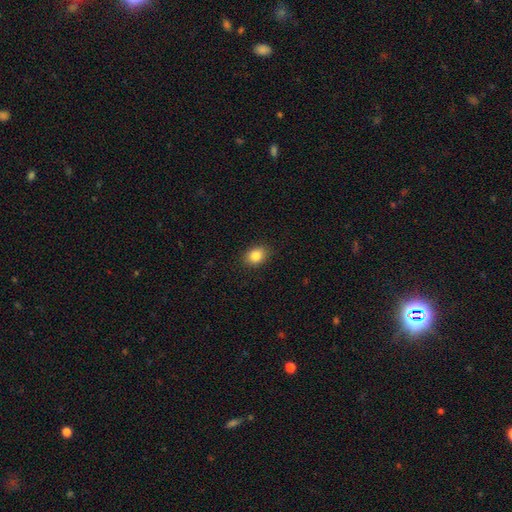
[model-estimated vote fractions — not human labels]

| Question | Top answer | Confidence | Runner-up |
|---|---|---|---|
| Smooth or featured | smooth | 85% | star or artifact (9%) |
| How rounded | in between | 64% | round (35%) |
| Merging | none | 88% | minor disturbance (9%) |